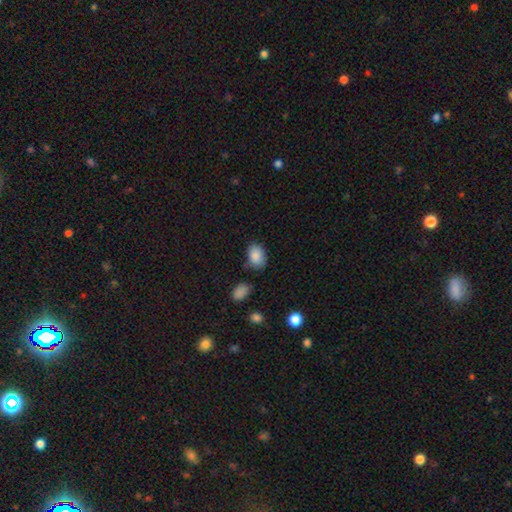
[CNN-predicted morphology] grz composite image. It shows a smooth galaxy with no disk features (87%) that is in between round and cigar-shaped (85%). Merging: none (73%).